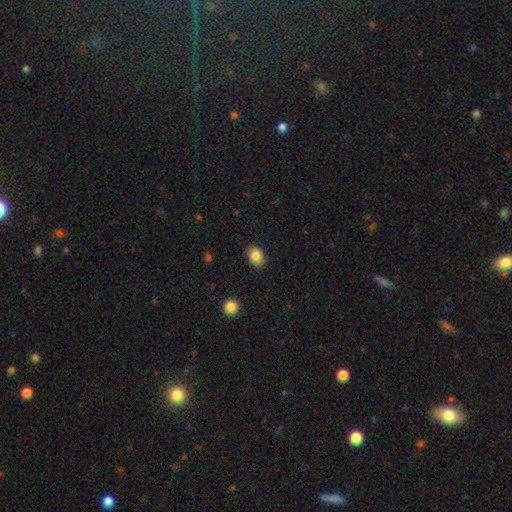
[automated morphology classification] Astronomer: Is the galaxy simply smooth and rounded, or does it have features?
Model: smooth — 86%.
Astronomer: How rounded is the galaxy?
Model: in between — 73%.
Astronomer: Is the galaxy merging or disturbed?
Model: none — 85%.